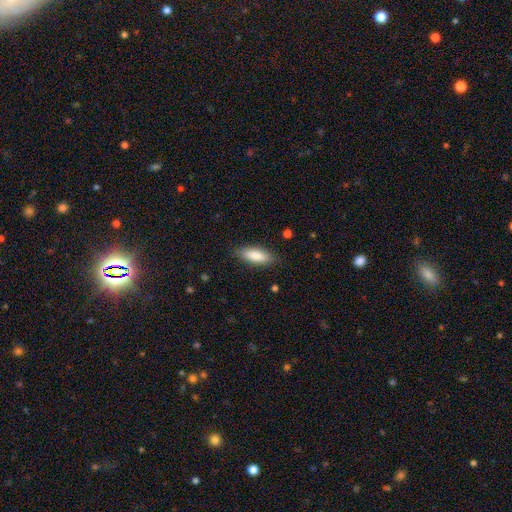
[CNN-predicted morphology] The model was most divided on "how rounded": in between: 68%, cigar-shaped: 30%, round: 2%. More confident: smooth or featured — smooth (86%); merging — none (85%).